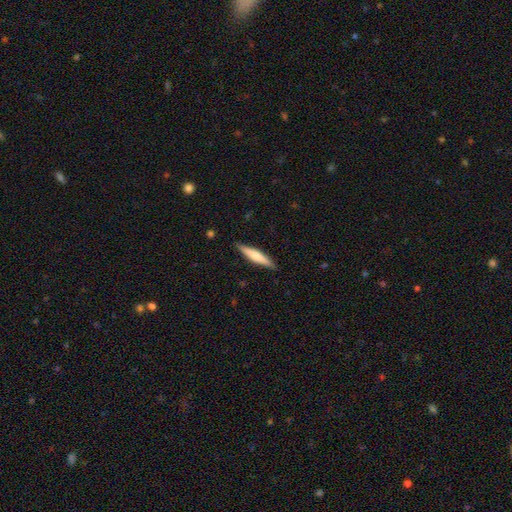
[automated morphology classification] Smooth or featured?
  - smooth: 56% *
  - featured or disk: 39%
  - star or artifact: 5%
How rounded?
  - cigar-shaped: 87% *
  - in between: 11%
  - round: 1%
Merging?
  - none: 89% *
  - minor disturbance: 8%
  - major disturbance: 2%
  - merger: 1%